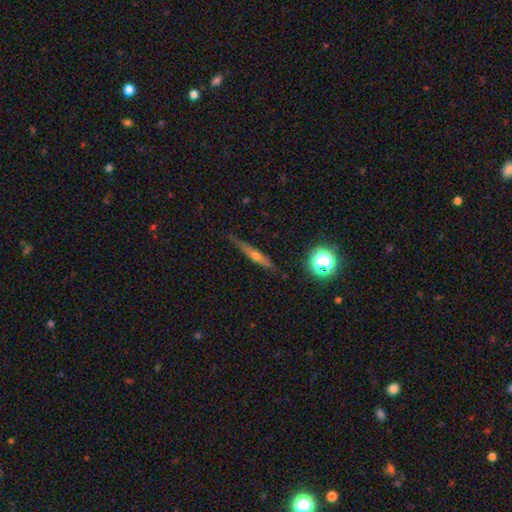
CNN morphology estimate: Smooth or featured? featured or disk (53%)
Edge-on disk? yes (92%)
Merging? none (76%)